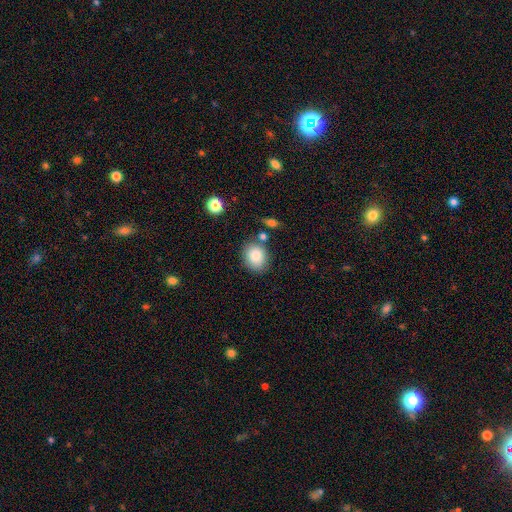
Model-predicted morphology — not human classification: Smooth or featured? smooth (84%)
How rounded? round (57%)
Merging? none (76%)